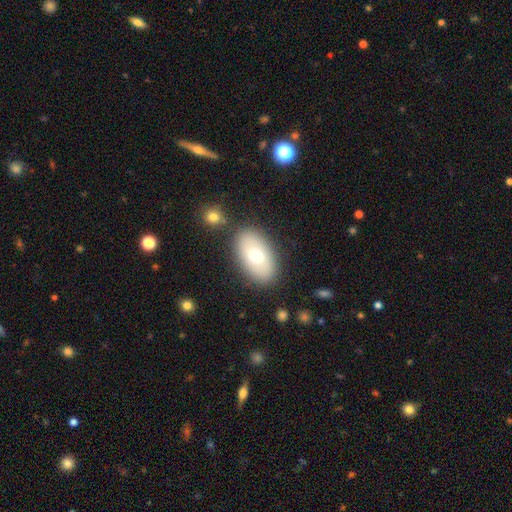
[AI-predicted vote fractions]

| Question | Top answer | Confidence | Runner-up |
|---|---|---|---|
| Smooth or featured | smooth | 69% | featured or disk (24%) |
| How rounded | in between | 93% | round (6%) |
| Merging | none | 82% | minor disturbance (10%) |